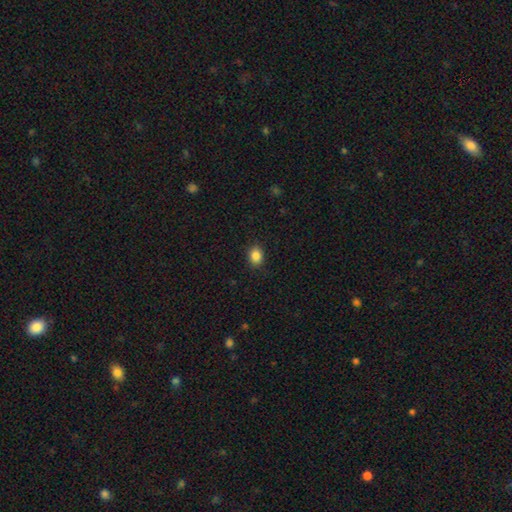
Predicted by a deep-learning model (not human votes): A smooth galaxy with no disk features (87%) that is in between round and cigar-shaped (62%).

Vote fractions:
- Smooth or featured? smooth: 87% / star or artifact: 9% / featured or disk: 4%
- How rounded? in between: 62% / round: 37% / cigar-shaped: 1%
- Merging? none: 89% / minor disturbance: 8% / major disturbance: 2% / merger: 1%